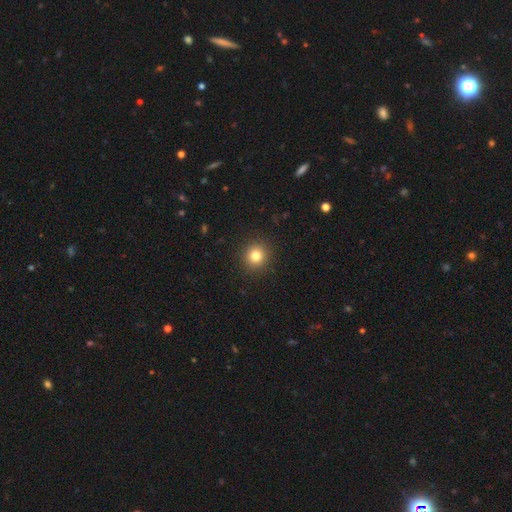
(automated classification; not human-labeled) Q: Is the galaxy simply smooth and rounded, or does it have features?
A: smooth — 82%.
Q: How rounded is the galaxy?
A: round — 92%.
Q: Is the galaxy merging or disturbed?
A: none — 92%.